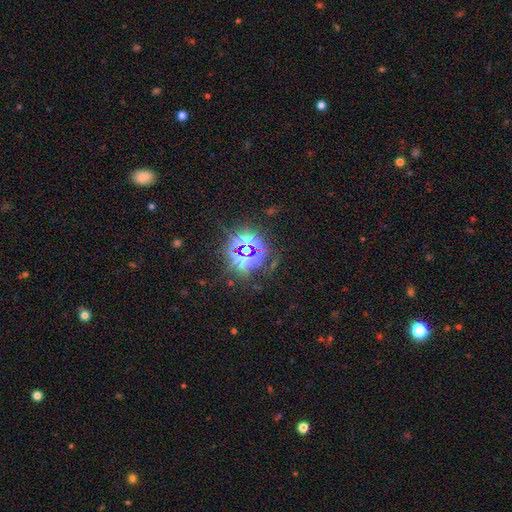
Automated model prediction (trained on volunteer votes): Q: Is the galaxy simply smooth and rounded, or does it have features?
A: star or artifact — 78%.